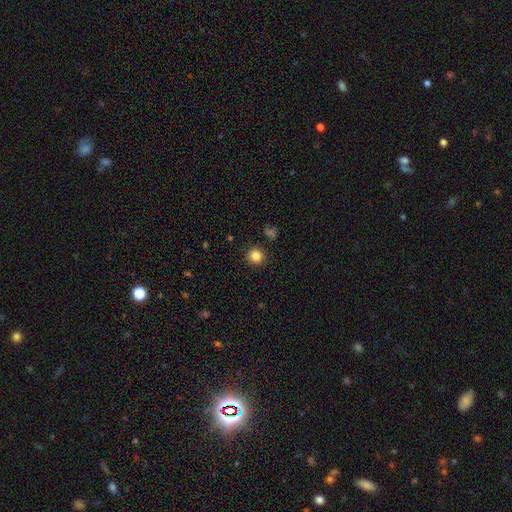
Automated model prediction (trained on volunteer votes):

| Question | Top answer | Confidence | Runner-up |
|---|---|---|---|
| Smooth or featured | smooth | 84% | star or artifact (11%) |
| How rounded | round | 94% | in between (6%) |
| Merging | none | 91% | minor disturbance (5%) |